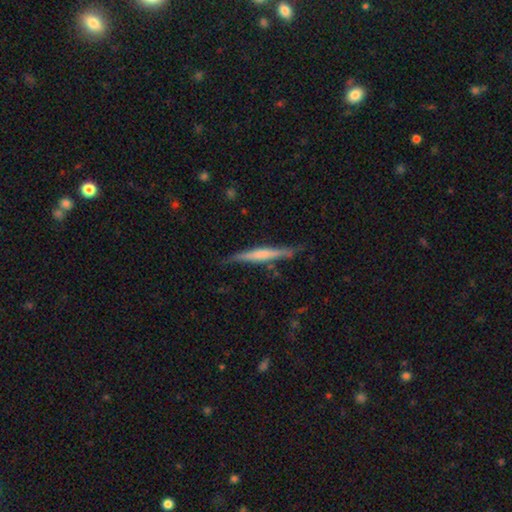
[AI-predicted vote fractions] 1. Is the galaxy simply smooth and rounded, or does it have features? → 61% featured or disk, 33% smooth, 6% star or artifact.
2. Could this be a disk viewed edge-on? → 97% yes, 3% no.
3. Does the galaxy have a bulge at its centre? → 41% none, 36% rounded, 23% boxy.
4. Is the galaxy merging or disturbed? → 84% none, 12% minor disturbance, 2% major disturbance, 2% merger.